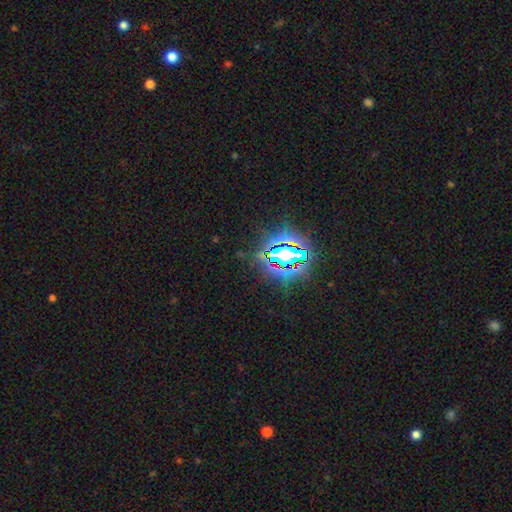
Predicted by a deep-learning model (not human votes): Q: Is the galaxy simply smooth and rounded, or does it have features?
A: star or artifact — 79%.